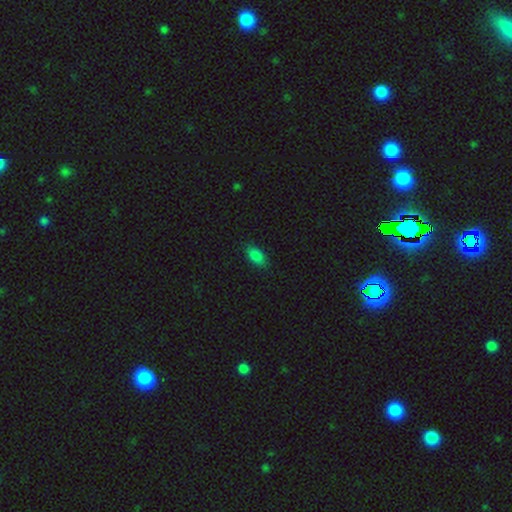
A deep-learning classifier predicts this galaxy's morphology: Smooth or featured? smooth (85%)
How rounded? in between (90%)
Merging? none (85%)